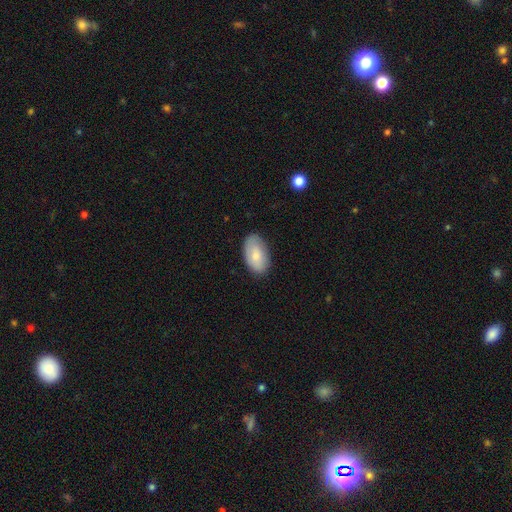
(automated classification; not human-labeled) smooth-or-featured: smooth: 79% | featured or disk: 15% | star or artifact: 6%
  how-rounded: in between: 94% | round: 4% | cigar-shaped: 2%
  merging: none: 82% | minor disturbance: 14% | major disturbance: 3% | merger: 1%